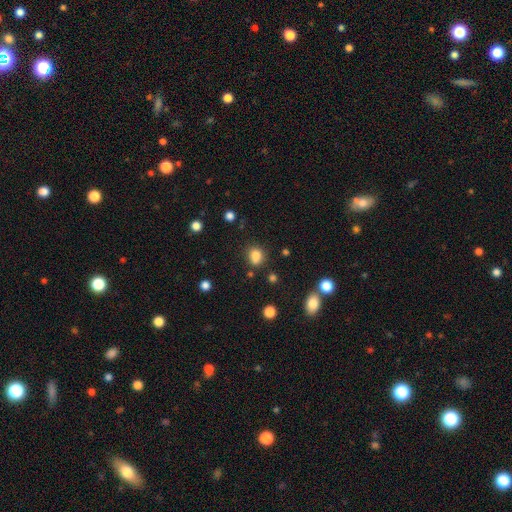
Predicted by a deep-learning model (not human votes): smooth-or-featured: smooth: 82% | star or artifact: 13% | featured or disk: 6%
  how-rounded: round: 59% | in between: 39% | cigar-shaped: 1%
  merging: none: 68% | minor disturbance: 18% | merger: 9% | major disturbance: 5%